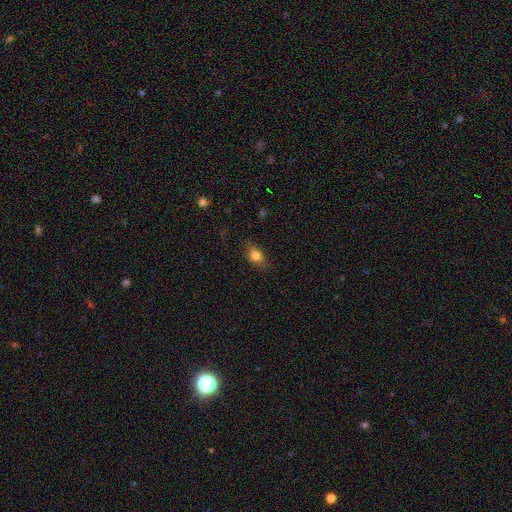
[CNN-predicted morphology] smooth-or-featured: smooth: 72% | featured or disk: 18% | star or artifact: 10%
  how-rounded: in between: 71% | round: 19% | cigar-shaped: 10%
  merging: none: 78% | minor disturbance: 17% | major disturbance: 4% | merger: 1%